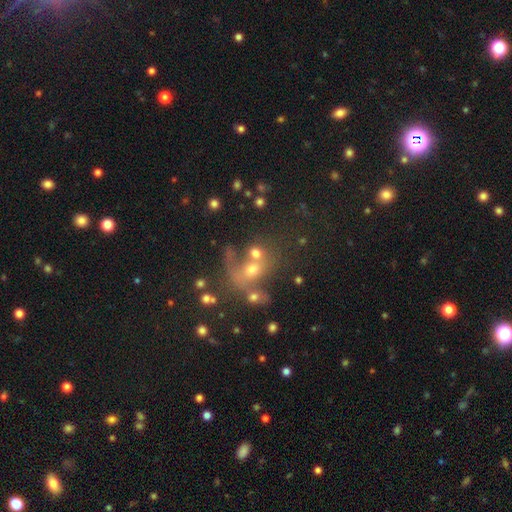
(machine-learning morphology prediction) Overall: smooth (47%; featured or disk 27%). Merging: merger (45%; none 29%).